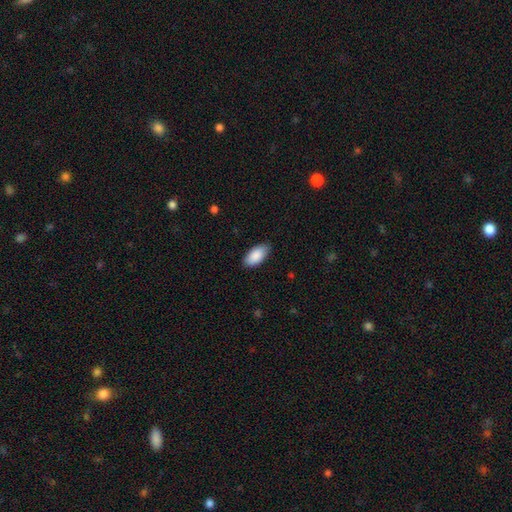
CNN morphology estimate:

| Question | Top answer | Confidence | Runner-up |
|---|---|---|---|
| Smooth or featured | smooth | 89% | star or artifact (6%) |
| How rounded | in between | 94% | cigar-shaped (4%) |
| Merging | none | 84% | minor disturbance (13%) |